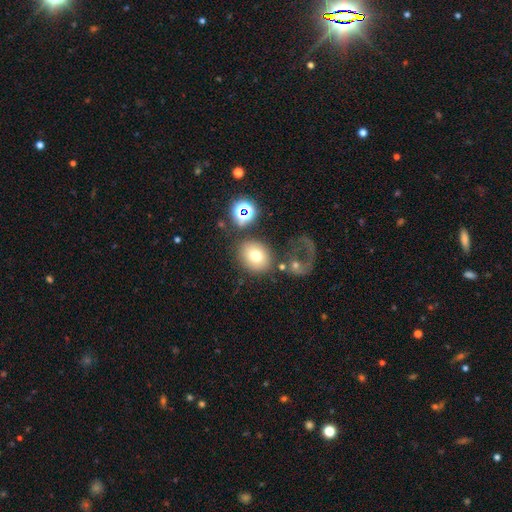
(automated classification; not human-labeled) Overall: smooth (70%). How rounded: round (65%; in between 34%). Merging: none (62%).